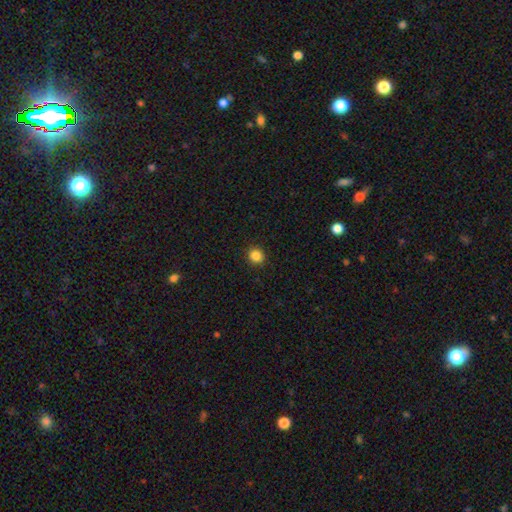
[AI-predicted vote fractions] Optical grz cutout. It shows a smooth galaxy with no disk features (86%) that is round (90%). Merging: none (92%).